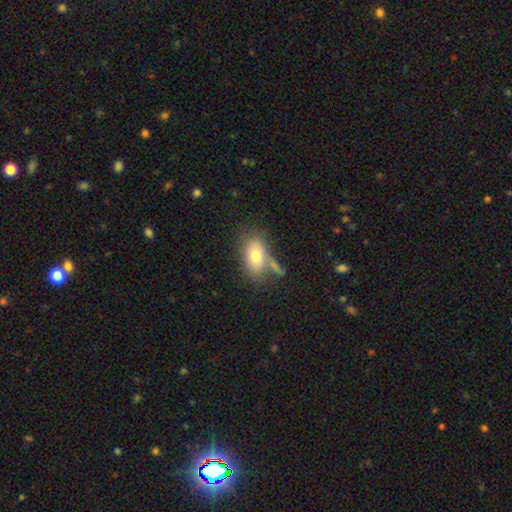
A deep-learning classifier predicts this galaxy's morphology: smooth 74%, featured or disk 18%, star or artifact 8%. Down the decision tree: how rounded — in between (88%); merging — none (56%).